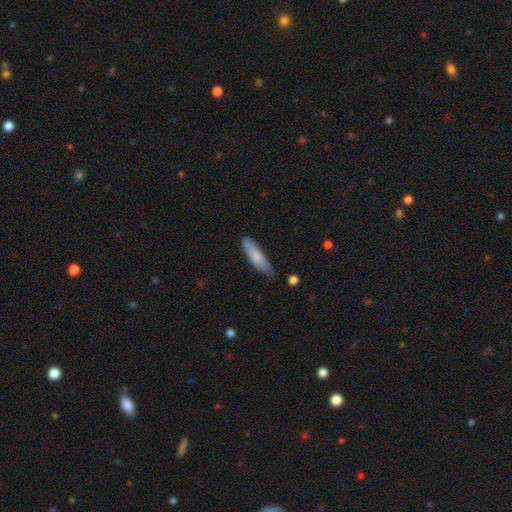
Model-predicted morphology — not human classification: A smooth galaxy with no disk features (78%) that is cigar-shaped (69%). Merging: none (71%).